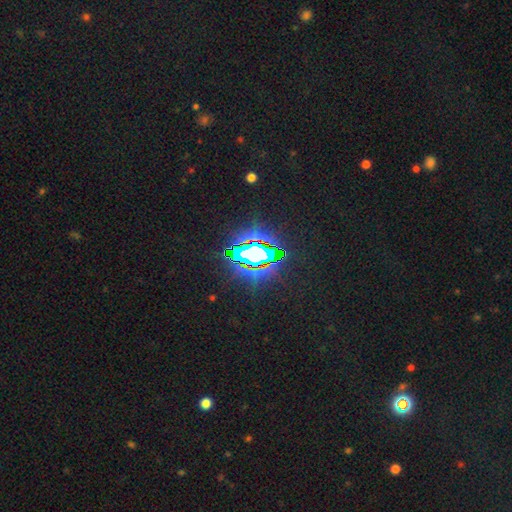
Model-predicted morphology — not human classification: Overall: star or artifact (72%).